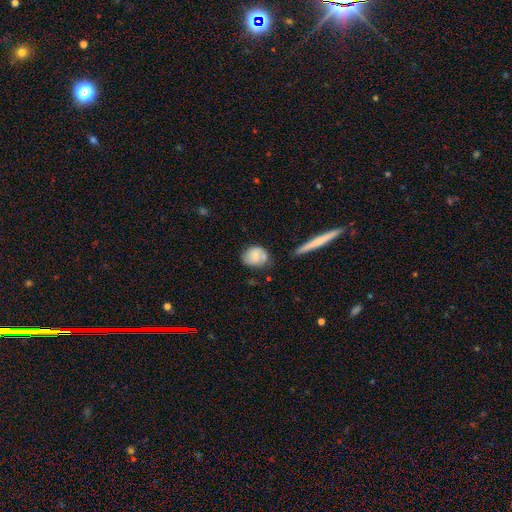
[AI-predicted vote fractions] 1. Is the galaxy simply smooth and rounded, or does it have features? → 56% smooth, 37% featured or disk, 7% star or artifact.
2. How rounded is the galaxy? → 58% round, 39% in between, 3% cigar-shaped.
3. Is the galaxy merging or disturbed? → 65% none, 23% minor disturbance, 6% merger, 6% major disturbance.